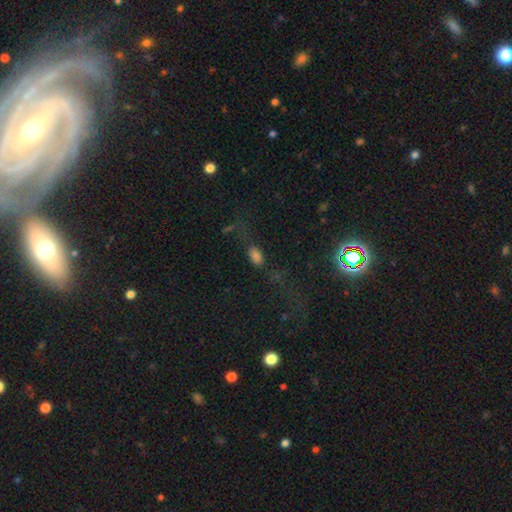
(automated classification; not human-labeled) A smooth galaxy with no disk features (71%) that is in between round and cigar-shaped (88%). Merging: none (55%).